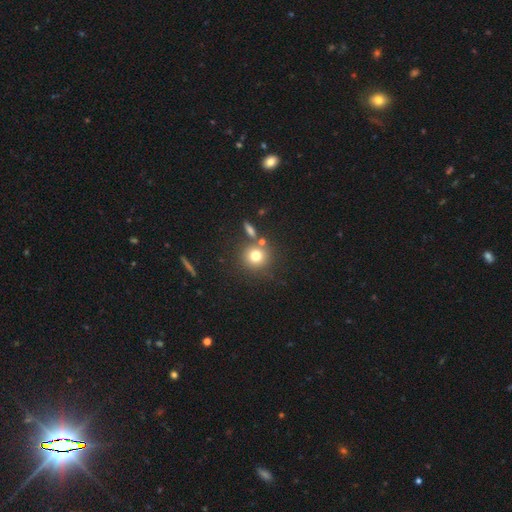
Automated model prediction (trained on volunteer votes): This appears to be a smooth galaxy with no disk features (75%) that is round (92%). Merging: none (74%).